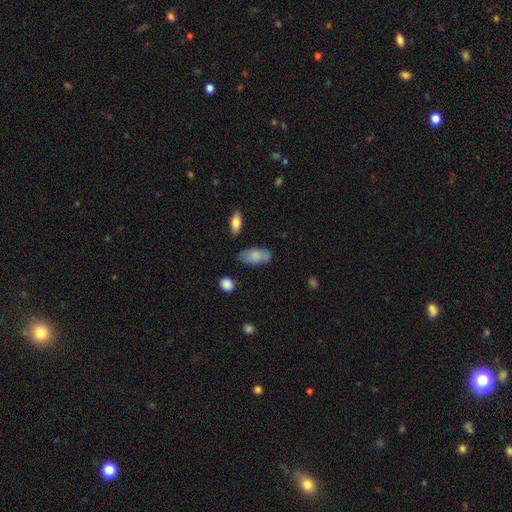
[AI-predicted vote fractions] Smooth or featured: smooth — 78% (featured or disk — 15%)
How rounded: in between — 90% (cigar-shaped — 7%)
Merging: none — 65% (minor disturbance — 24%)